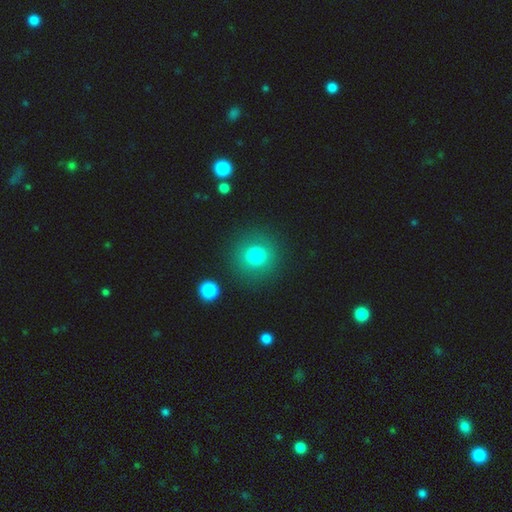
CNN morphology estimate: Smooth or featured: smooth — 78% (star or artifact — 13%)
How rounded: round — 92% (in between — 7%)
Merging: none — 87% (minor disturbance — 7%)